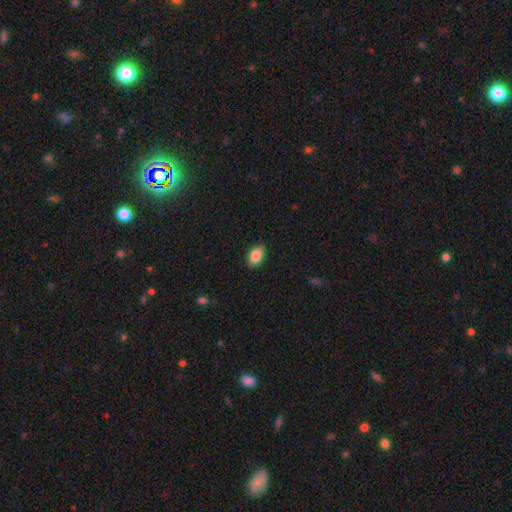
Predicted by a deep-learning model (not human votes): This is clearly a smooth galaxy (86%). How rounded: clearly in between (91%). Merging: clearly none (88%).